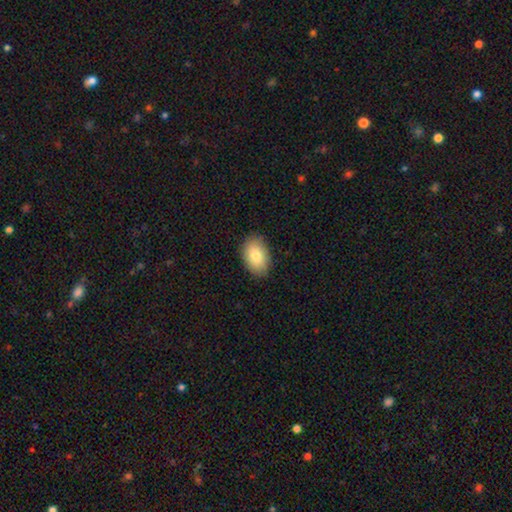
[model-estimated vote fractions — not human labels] This appears to be a smooth galaxy with no disk features (81%) that is in between round and cigar-shaped (88%). Merging: none (87%).